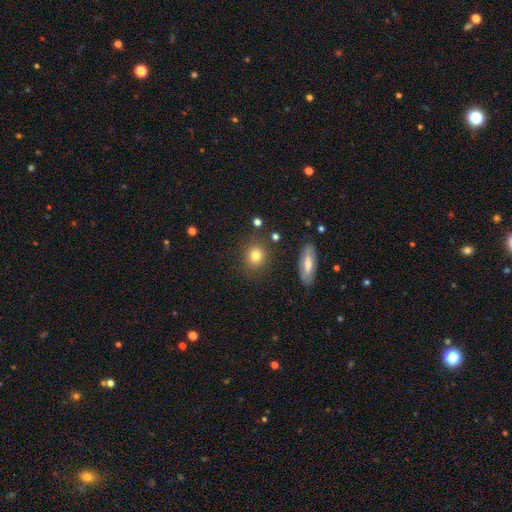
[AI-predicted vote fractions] This appears to be a smooth galaxy with no disk features (79%) that is round (73%). Merging: none (83%).